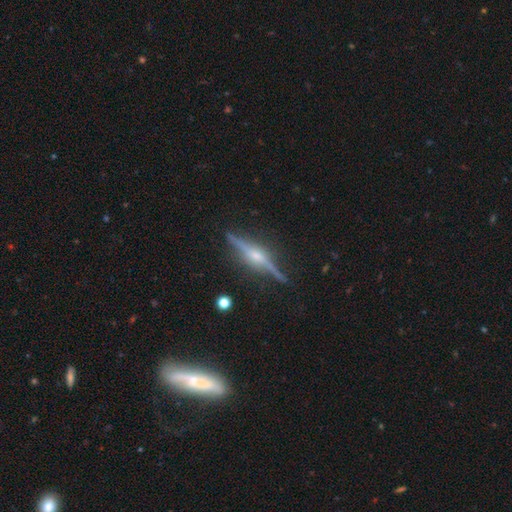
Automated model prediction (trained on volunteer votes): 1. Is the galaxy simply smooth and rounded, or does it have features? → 86% featured or disk, 7% smooth, 7% star or artifact.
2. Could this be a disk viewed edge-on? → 97% yes, 3% no.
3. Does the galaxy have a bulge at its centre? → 86% rounded, 10% boxy, 4% none.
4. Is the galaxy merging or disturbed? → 86% none, 10% minor disturbance, 2% major disturbance, 2% merger.